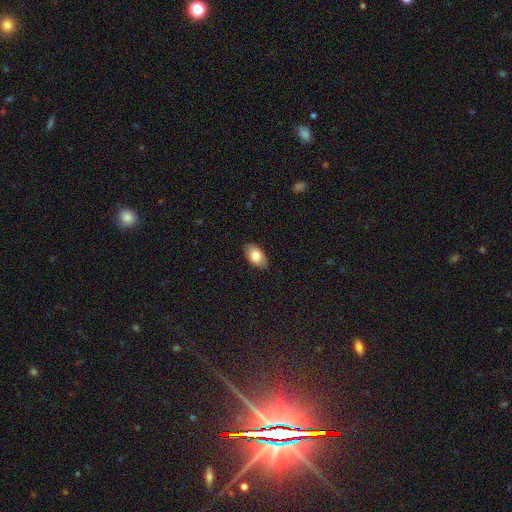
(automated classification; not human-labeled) Smooth or featured? smooth (83%)
How rounded? in between (93%)
Merging? none (85%)